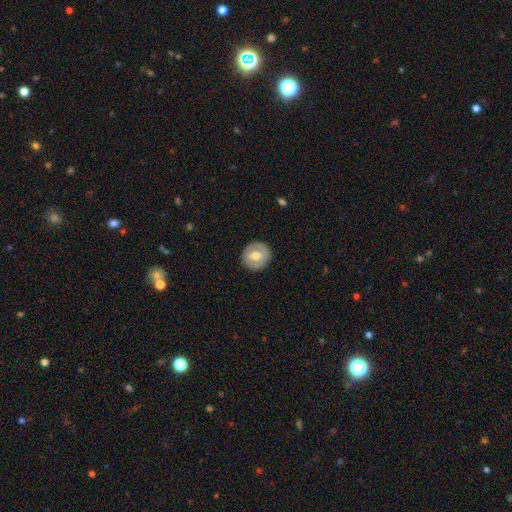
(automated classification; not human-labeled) A smooth galaxy with no disk features (48%). Merging: none (87%).